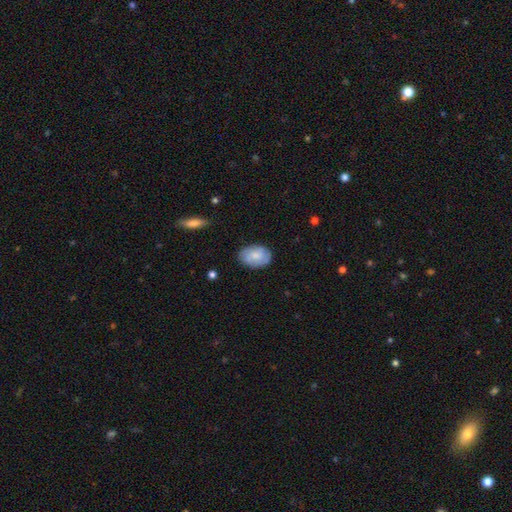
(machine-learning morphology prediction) smooth-or-featured: smooth: 68% | featured or disk: 25% | star or artifact: 7%
  how-rounded: in between: 83% | round: 16% | cigar-shaped: 1%
  merging: none: 79% | minor disturbance: 16% | major disturbance: 4% | merger: 1%